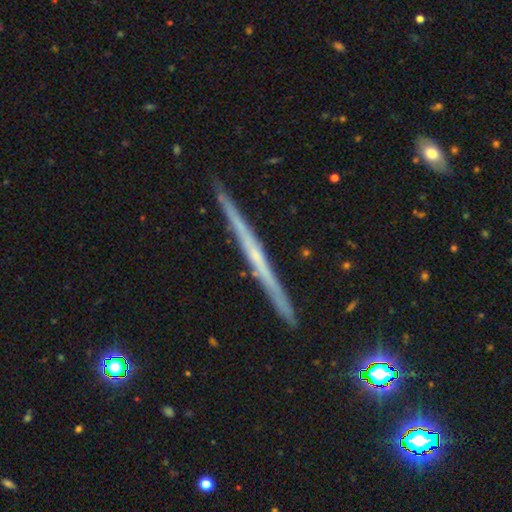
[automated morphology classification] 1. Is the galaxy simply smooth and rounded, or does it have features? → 70% featured or disk, 22% smooth, 8% star or artifact.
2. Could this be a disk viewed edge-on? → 98% yes, 2% no.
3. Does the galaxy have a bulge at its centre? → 77% none, 18% rounded, 4% boxy.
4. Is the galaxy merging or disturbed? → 92% none, 6% minor disturbance, 1% merger, 1% major disturbance.